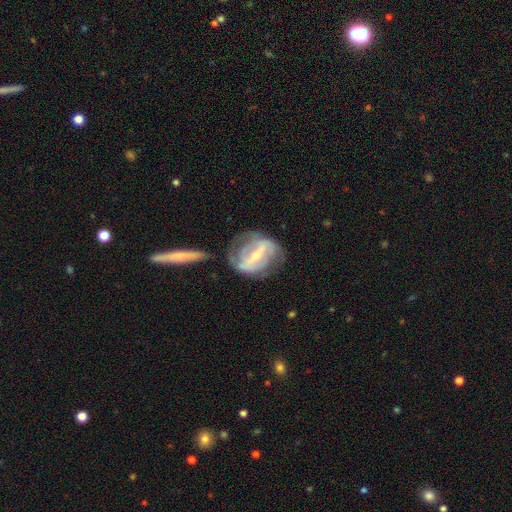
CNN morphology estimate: smooth-or-featured: featured or disk: 77% | smooth: 17% | star or artifact: 6%
  disk-edge-on: no: 93% | yes: 7%
    bar: strong: 60% | weak: 29% | no: 11%
    has-spiral-arms: yes: 75% | no: 25%
      spiral-winding: medium: 39% | tight: 38% | loose: 23%
      spiral-arm-count: 2: 63% | can't tell: 24% | 1: 5% | 3: 5% | 4: 2% | more than 4: 1%
    bulge-size: small: 59% | moderate: 35% | none: 3% | large: 2% | dominant: 1%
  merging: none: 49% | minor disturbance: 23% | major disturbance: 19% | merger: 9%